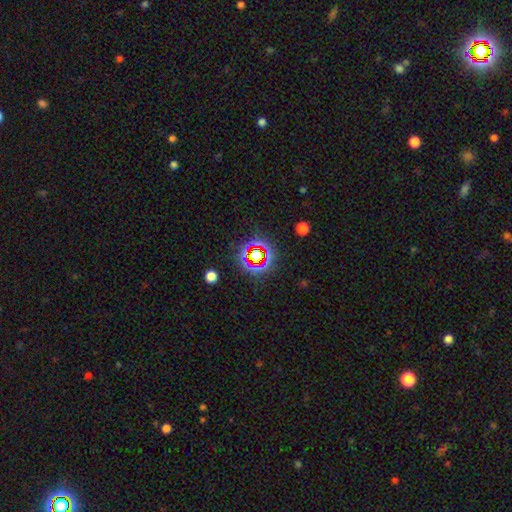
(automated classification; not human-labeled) smooth-or-featured: star or artifact: 70% | smooth: 19% | featured or disk: 11%